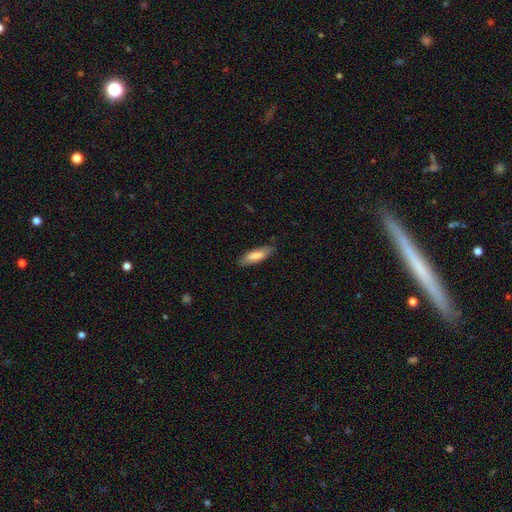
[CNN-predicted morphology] smooth-or-featured: smooth: 78% | featured or disk: 17% | star or artifact: 6%
  how-rounded: in between: 54% | cigar-shaped: 45% | round: 1%
  merging: none: 84% | minor disturbance: 13% | major disturbance: 2% | merger: 1%